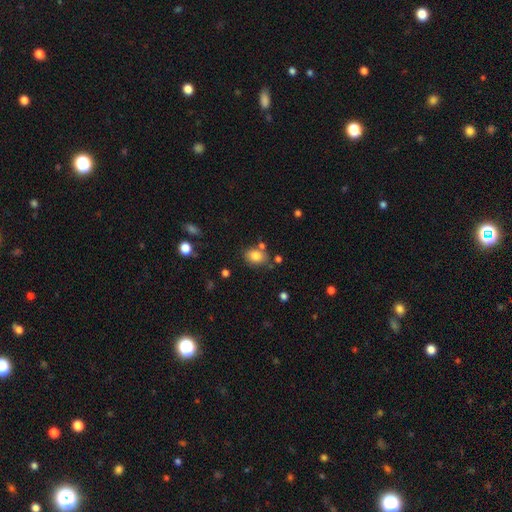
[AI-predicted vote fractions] Q: Smooth or featured?
A: smooth (82%); runner-up: star or artifact (10%)
Q: How rounded?
A: in between (65%); runner-up: round (34%)
Q: Merging?
A: none (70%); runner-up: minor disturbance (16%)